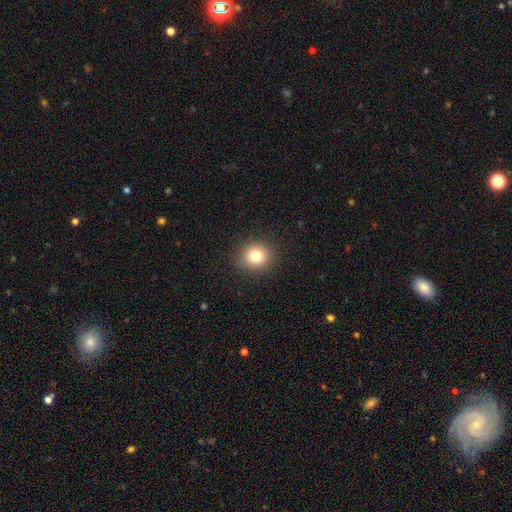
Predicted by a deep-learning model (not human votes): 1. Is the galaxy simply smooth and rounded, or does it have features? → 82% smooth, 11% star or artifact, 7% featured or disk.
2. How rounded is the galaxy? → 84% round, 15% in between, 1% cigar-shaped.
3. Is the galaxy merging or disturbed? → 90% none, 7% minor disturbance, 2% major disturbance, 1% merger.